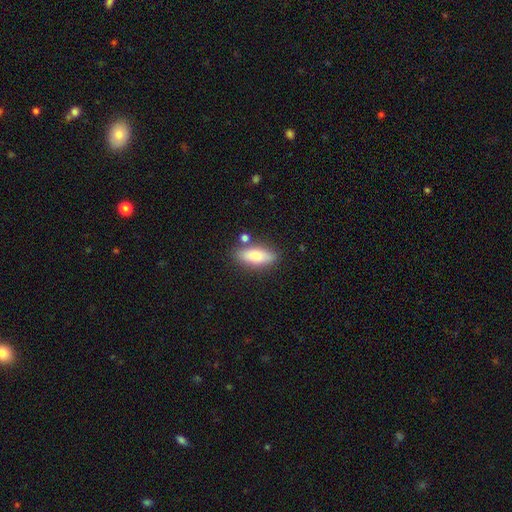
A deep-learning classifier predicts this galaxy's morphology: Overall: smooth (76%). How rounded: in between (72%). Merging: none (77%).